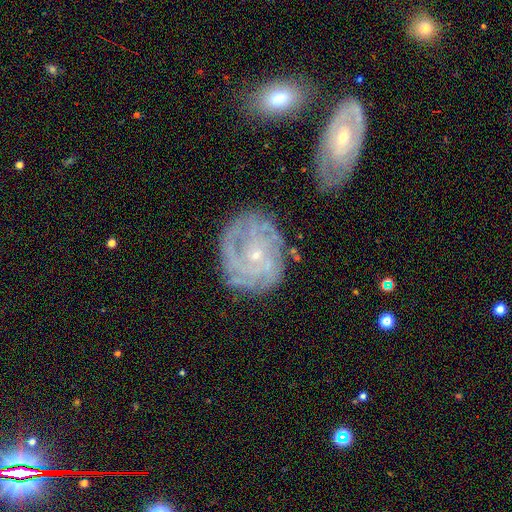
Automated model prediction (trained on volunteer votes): smooth-or-featured: featured or disk: 81% | smooth: 11% | star or artifact: 9%
  disk-edge-on: no: 97% | yes: 3%
    bar: no: 77% | weak: 19% | strong: 5%
    has-spiral-arms: yes: 93% | no: 7%
      spiral-winding: tight: 73% | medium: 21% | loose: 6%
      spiral-arm-count: can't tell: 33% | 4: 22% | 3: 15% | more than 4: 13% | 2: 10% | 1: 7%
    bulge-size: small: 84% | moderate: 12% | none: 2% | large: 1% | dominant: 1%
  merging: none: 74% | minor disturbance: 16% | major disturbance: 6% | merger: 4%